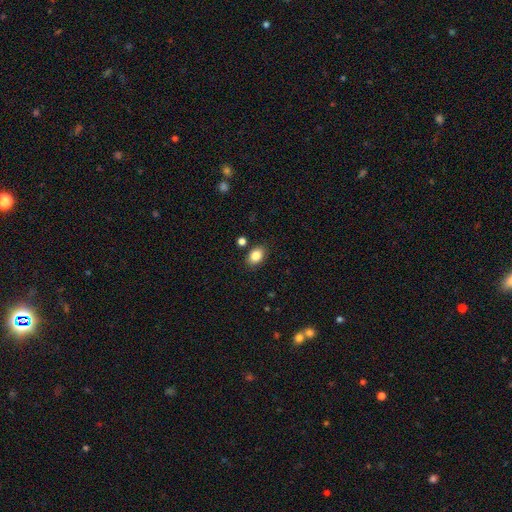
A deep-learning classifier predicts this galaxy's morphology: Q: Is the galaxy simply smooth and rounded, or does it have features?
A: smooth — 85%.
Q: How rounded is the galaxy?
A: in between — 73%.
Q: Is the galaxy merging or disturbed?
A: none — 84%.